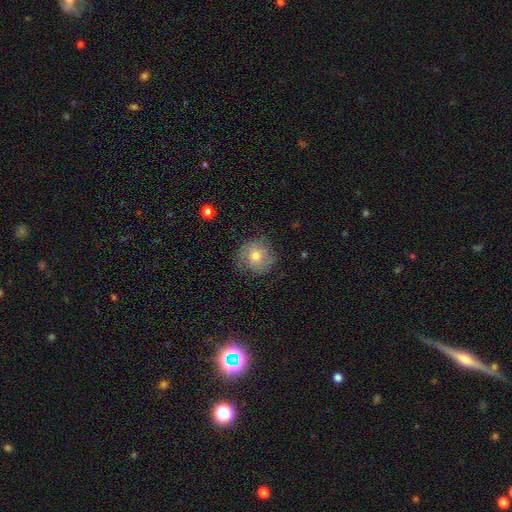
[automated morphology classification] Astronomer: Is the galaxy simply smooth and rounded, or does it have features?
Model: smooth — 53% (runner-up: featured or disk, 36%).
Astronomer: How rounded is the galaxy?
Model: round — 88%.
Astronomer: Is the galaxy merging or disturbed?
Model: none — 75%.